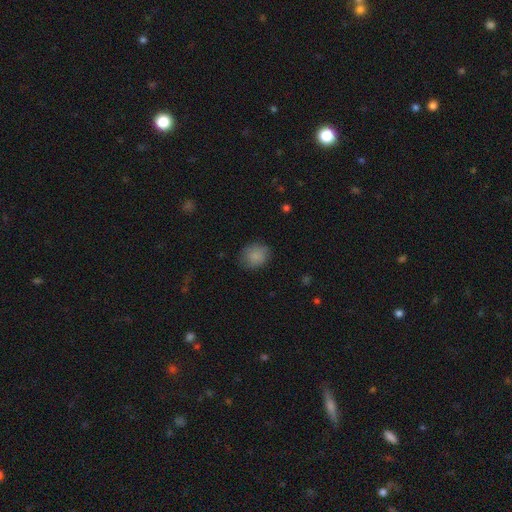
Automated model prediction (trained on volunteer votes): Smooth or featured?
  - smooth: 86% *
  - star or artifact: 8%
  - featured or disk: 5%
How rounded?
  - round: 68% *
  - in between: 31%
  - cigar-shaped: 1%
Merging?
  - none: 80% *
  - minor disturbance: 15%
  - major disturbance: 4%
  - merger: 1%